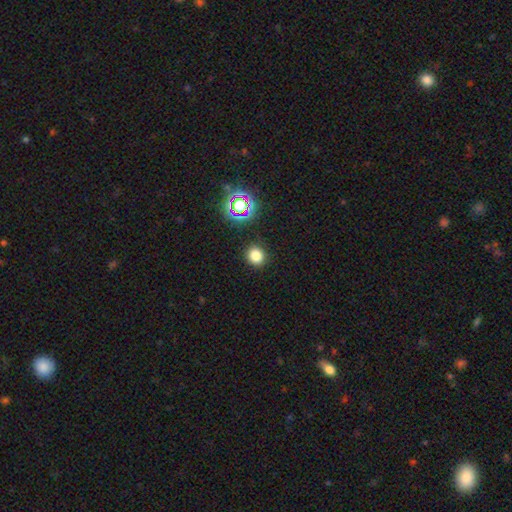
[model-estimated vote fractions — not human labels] smooth 77%, star or artifact 17%, featured or disk 5%. Down the decision tree: how rounded — round (84%); merging — none (90%).